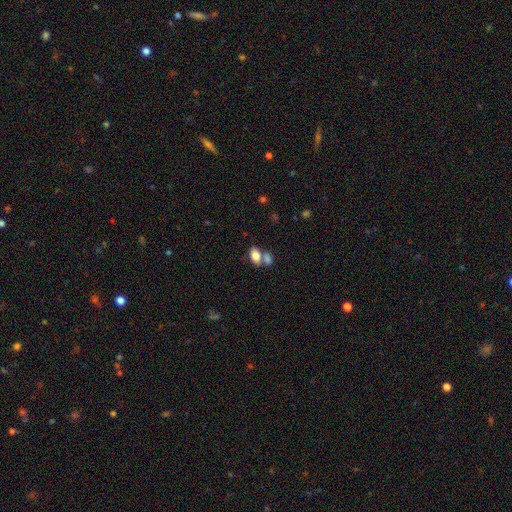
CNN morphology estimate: type=smooth (81%); roundness=in between (88%); merging=merger (43%).